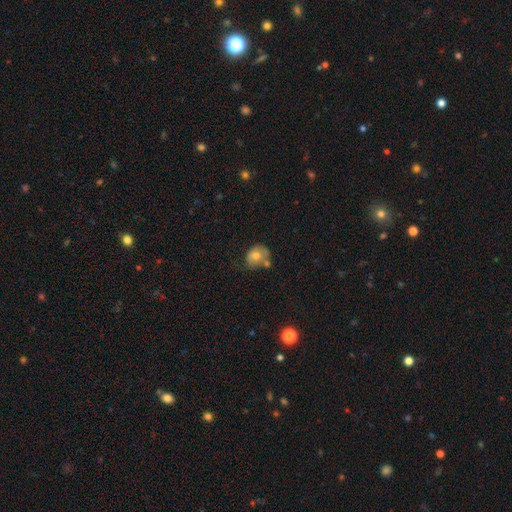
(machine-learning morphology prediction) Q: Smooth or featured?
A: smooth (70%); runner-up: featured or disk (21%)
Q: How rounded?
A: round (54%); runner-up: in between (45%)
Q: Merging?
A: none (44%); runner-up: minor disturbance (25%)